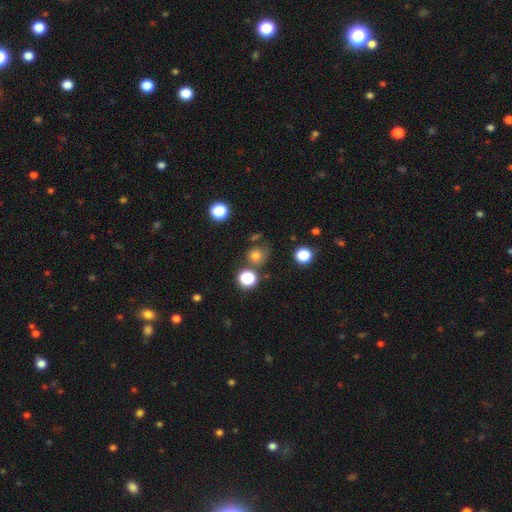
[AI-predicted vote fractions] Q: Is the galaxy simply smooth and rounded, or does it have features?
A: smooth — 73%.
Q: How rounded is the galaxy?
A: round — 83%.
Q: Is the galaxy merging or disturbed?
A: none — 66%.